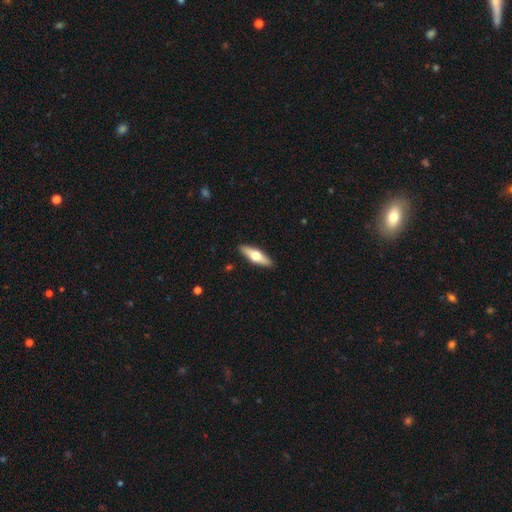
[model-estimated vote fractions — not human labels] featured or disk 49%, smooth 46%, star or artifact 5%. Down the decision tree: merging — none (90%).